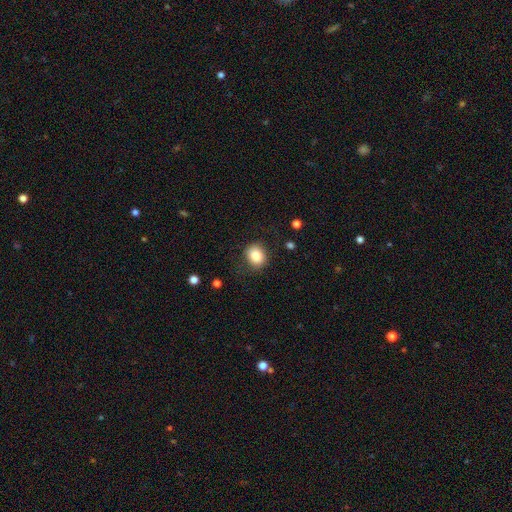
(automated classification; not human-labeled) This is clearly a smooth galaxy (85%). How rounded: possibly round (58%). Merging: clearly none (81%).